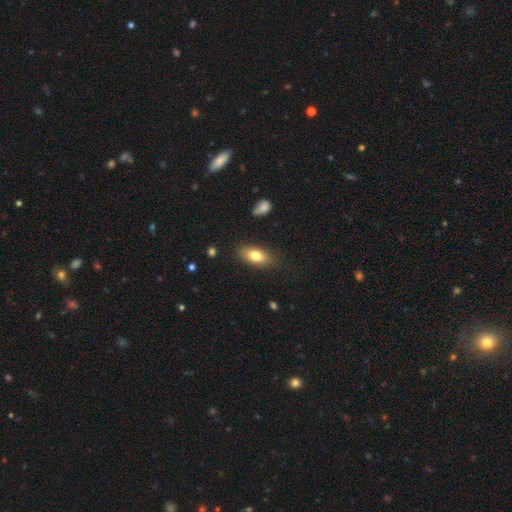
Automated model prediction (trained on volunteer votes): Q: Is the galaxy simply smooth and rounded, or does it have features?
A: smooth — 77%.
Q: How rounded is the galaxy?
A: in between — 85%.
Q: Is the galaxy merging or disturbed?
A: none — 83%.